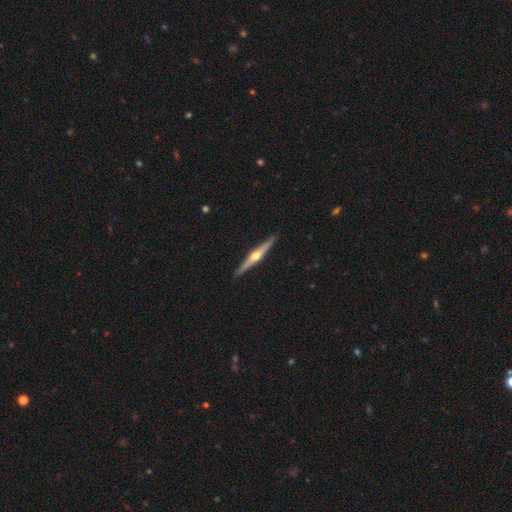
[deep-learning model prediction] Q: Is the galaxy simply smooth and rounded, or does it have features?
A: featured or disk — 79%.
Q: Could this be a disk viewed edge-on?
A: yes — 98%.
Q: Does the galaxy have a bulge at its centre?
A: rounded — 94%.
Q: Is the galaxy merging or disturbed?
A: none — 92%.